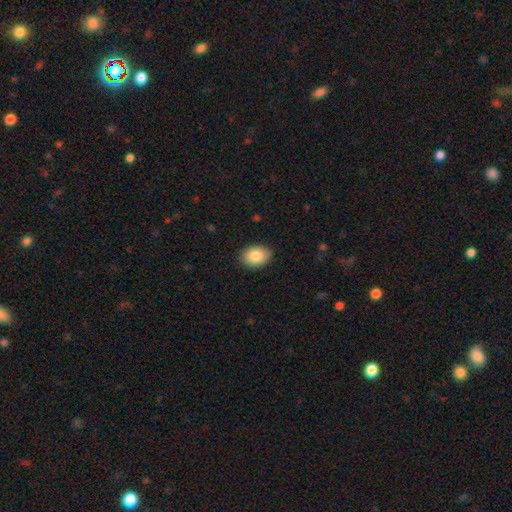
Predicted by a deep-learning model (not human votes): A smooth galaxy with no disk features (85%) that is in between round and cigar-shaped (78%).

Vote fractions:
- Smooth or featured? smooth: 85% / featured or disk: 7% / star or artifact: 7%
- How rounded? in between: 78% / round: 21% / cigar-shaped: 1%
- Merging? none: 89% / minor disturbance: 8% / major disturbance: 2% / merger: 1%